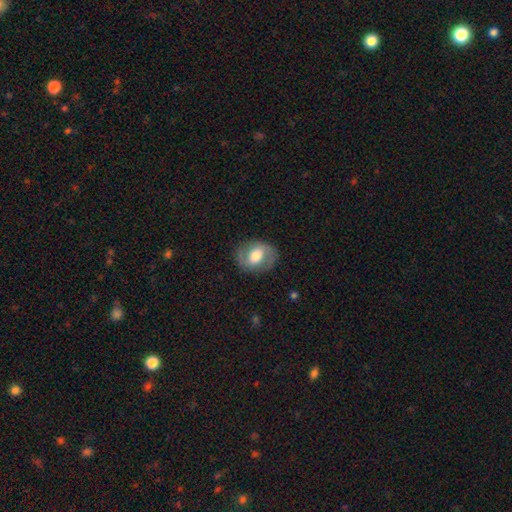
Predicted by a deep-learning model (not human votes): A featured or disk galaxy (57%) with a weak bar (41%), spiral arms (71%) and a moderate central bulge (54%). Merging: none (82%).